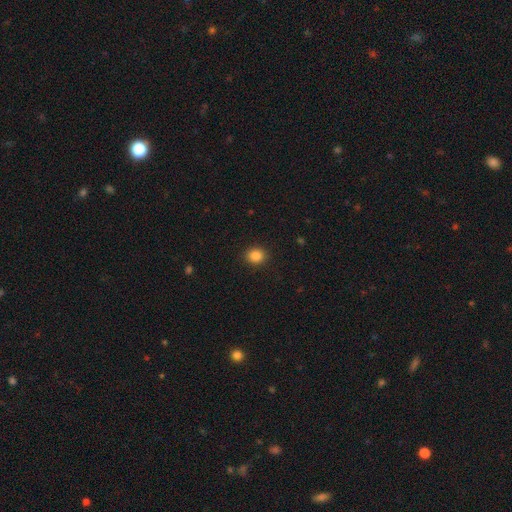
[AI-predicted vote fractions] This appears to be a smooth galaxy with no disk features (86%) that is round (75%). Merging: none (90%).